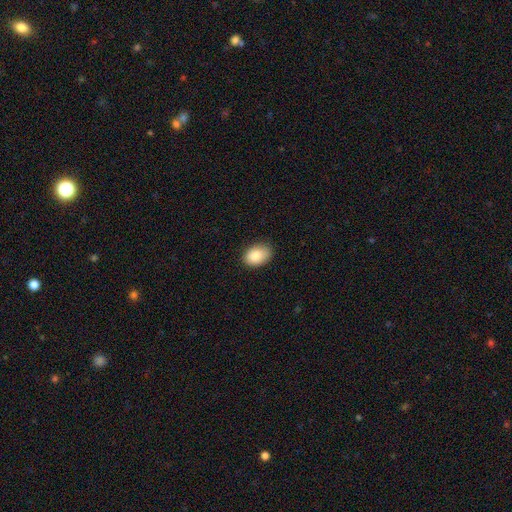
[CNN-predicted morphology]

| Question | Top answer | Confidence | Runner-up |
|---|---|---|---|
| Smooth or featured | smooth | 86% | star or artifact (7%) |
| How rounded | in between | 84% | round (15%) |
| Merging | none | 80% | minor disturbance (17%) |